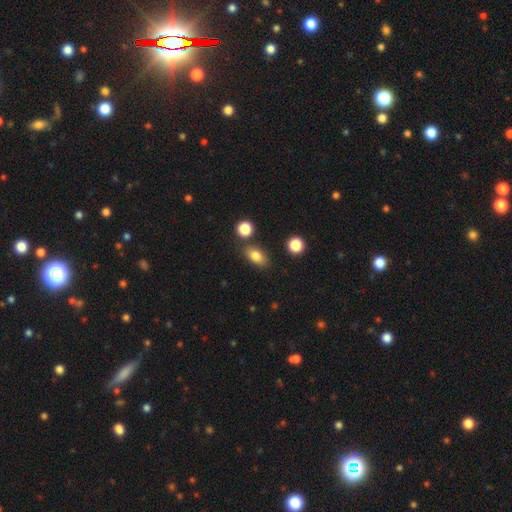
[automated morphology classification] Smooth or featured? Predicted: smooth (p=0.82). How rounded? Predicted: in between (p=0.83). Merging? Predicted: none (p=0.78).